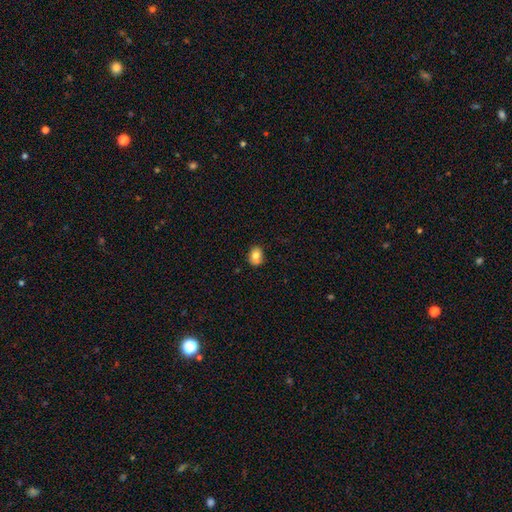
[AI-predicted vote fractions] smooth-or-featured: smooth: 80% | featured or disk: 11% | star or artifact: 9%
  how-rounded: in between: 64% | round: 35% | cigar-shaped: 1%
  merging: none: 83% | minor disturbance: 14% | major disturbance: 2% | merger: 1%